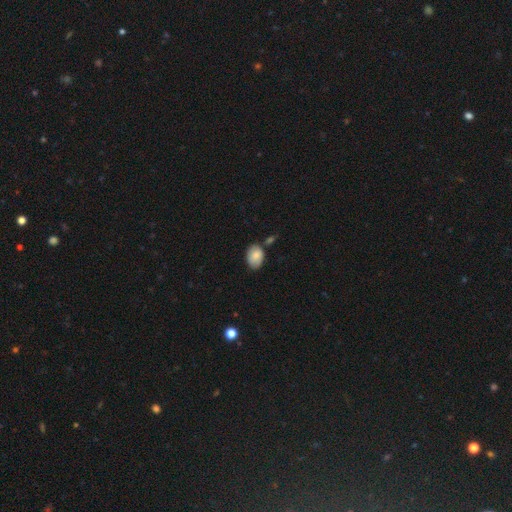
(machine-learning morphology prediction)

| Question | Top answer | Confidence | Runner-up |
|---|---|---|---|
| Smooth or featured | smooth | 84% | featured or disk (10%) |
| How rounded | in between | 82% | round (17%) |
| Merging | none | 68% | minor disturbance (20%) |